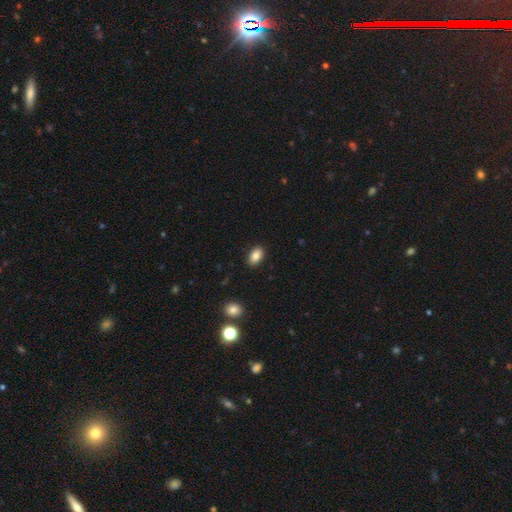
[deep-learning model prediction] This appears to be a smooth galaxy with no disk features (84%) that is in between round and cigar-shaped (89%). Merging: none (89%).